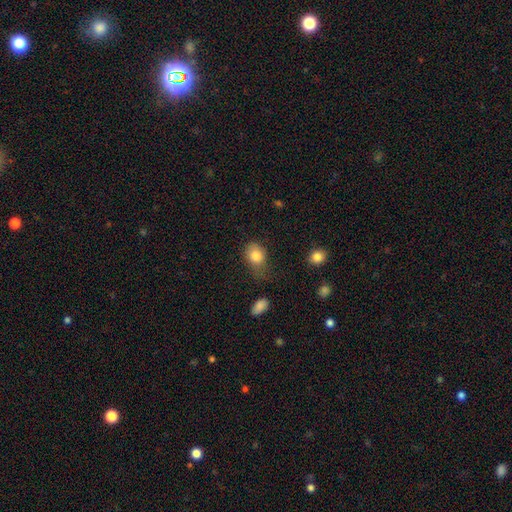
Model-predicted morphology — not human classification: smooth 83%, star or artifact 9%, featured or disk 8%. Down the decision tree: how rounded — in between (61%); merging — none (46%).